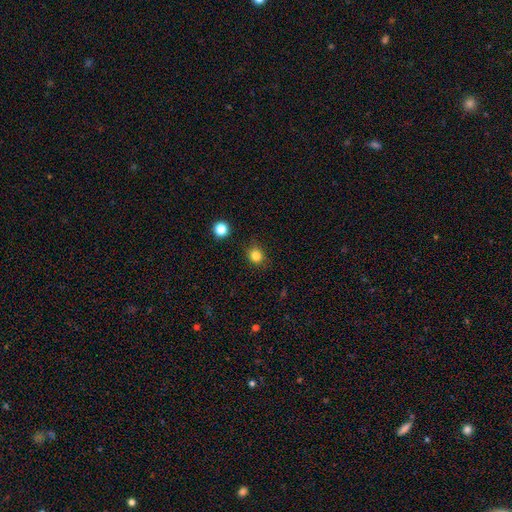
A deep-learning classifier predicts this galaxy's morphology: A smooth galaxy with no disk features (82%) that is round (83%). Merging: none (86%).